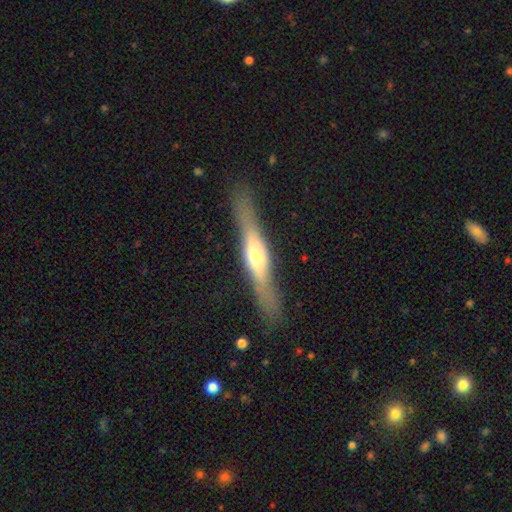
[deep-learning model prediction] Smooth or featured? featured or disk (65%)
Edge-on disk? yes (92%)
Edge-on bulge? rounded (80%)
Merging? none (84%)